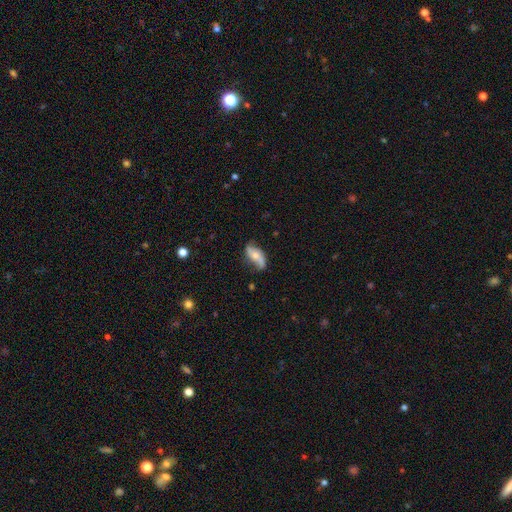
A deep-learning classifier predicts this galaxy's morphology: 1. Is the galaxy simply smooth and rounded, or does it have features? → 63% featured or disk, 30% smooth, 7% star or artifact.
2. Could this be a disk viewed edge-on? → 91% no, 9% yes.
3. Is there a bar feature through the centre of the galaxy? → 58% no, 28% weak, 13% strong.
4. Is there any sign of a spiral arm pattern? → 88% yes, 12% no.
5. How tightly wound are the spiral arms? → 75% loose, 18% medium, 8% tight.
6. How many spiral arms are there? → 88% 2, 5% can't tell, 4% 1, 1% 3, 1% 4, 1% more than 4.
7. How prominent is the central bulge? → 49% moderate, 42% small, 4% none, 4% large, 1% dominant.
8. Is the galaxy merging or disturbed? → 65% none, 24% minor disturbance, 8% major disturbance, 2% merger.